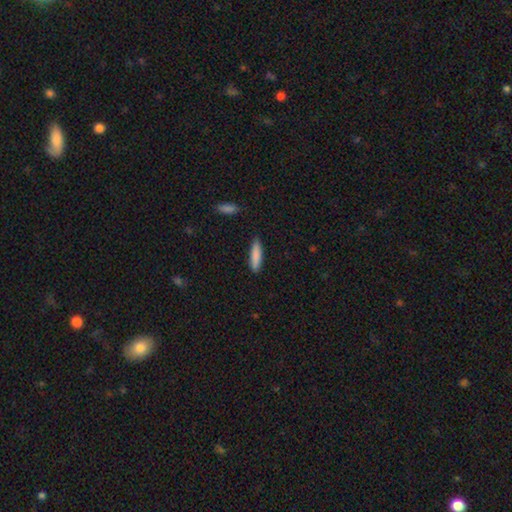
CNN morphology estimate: smooth_or_featured: smooth (p=0.86) [alt: featured or disk p=0.08]
how_rounded: cigar-shaped (p=0.74) [alt: in between p=0.25]
merging: none (p=0.86) [alt: minor disturbance p=0.11]